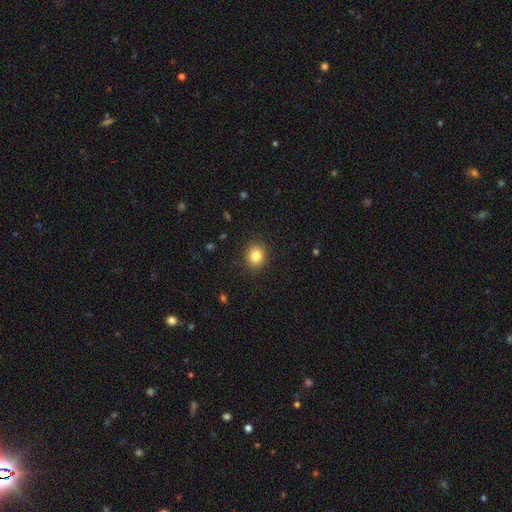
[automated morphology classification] This is clearly a smooth galaxy (82%). How rounded: likely round (73%). Merging: clearly none (90%).